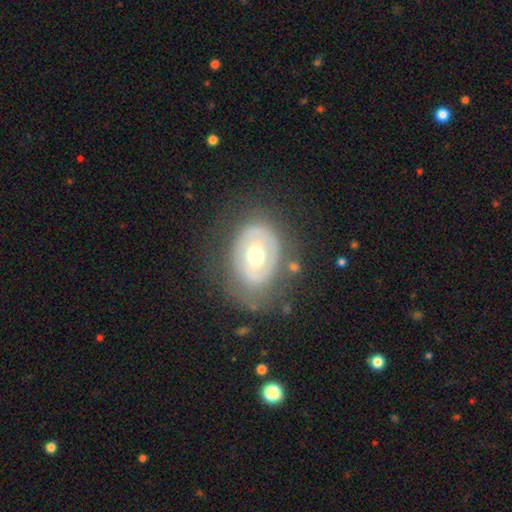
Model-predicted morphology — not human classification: This is likely a featured or disk galaxy (60%). It is clearly not viewed edge-on (94%). Bar: likely no (74%). Spiral arm pattern: likely no (76%). Central bulge: likely moderate (72%). Merging: likely none (69%).